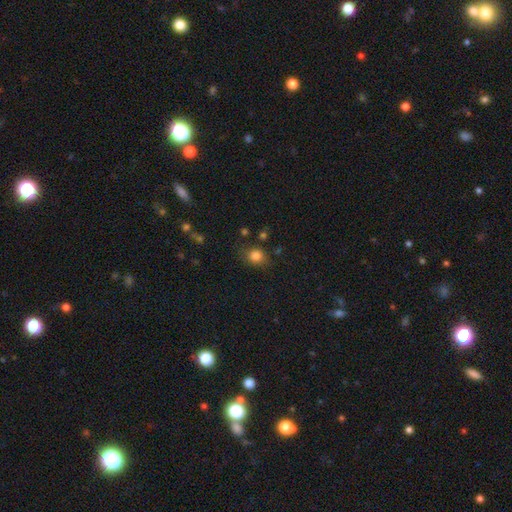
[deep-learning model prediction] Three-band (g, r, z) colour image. It shows a smooth galaxy with no disk features (82%) that is round (68%). Merging: none (73%).